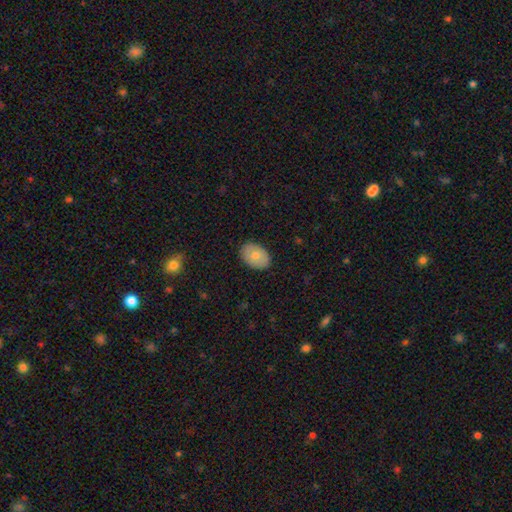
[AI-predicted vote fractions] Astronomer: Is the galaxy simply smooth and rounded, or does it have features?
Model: smooth — 75%.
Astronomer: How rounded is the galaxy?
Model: in between — 82%.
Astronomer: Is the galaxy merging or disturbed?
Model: none — 87%.